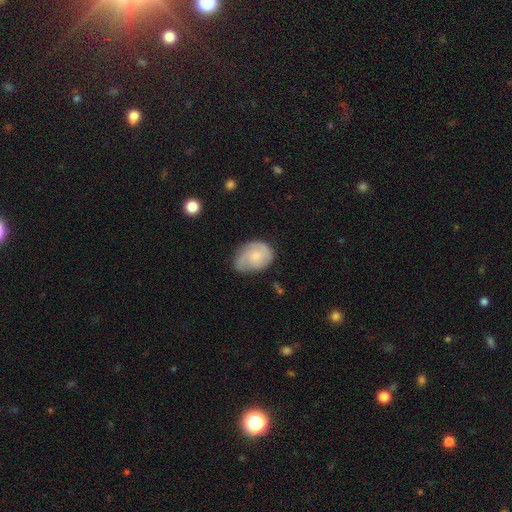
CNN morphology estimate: Smooth or featured? Predicted: smooth (p=0.51). How rounded? Predicted: in between (p=0.68). Merging? Predicted: none (p=0.49).